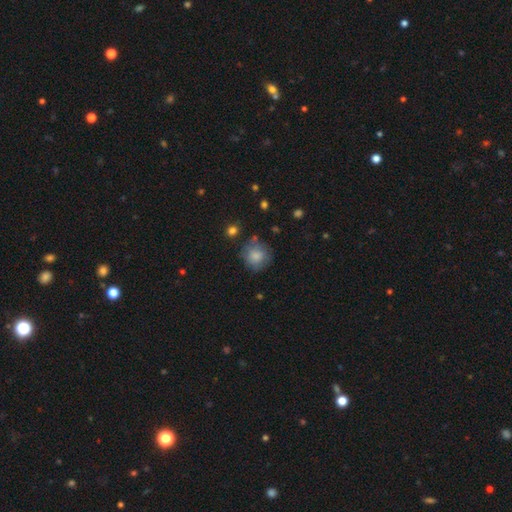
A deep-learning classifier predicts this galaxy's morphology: A smooth galaxy with no disk features (77%) that is round (86%).

Vote fractions:
- Smooth or featured? smooth: 77% / featured or disk: 14% / star or artifact: 9%
- How rounded? round: 86% / in between: 13% / cigar-shaped: 1%
- Merging? none: 68% / minor disturbance: 20% / major disturbance: 8% / merger: 3%